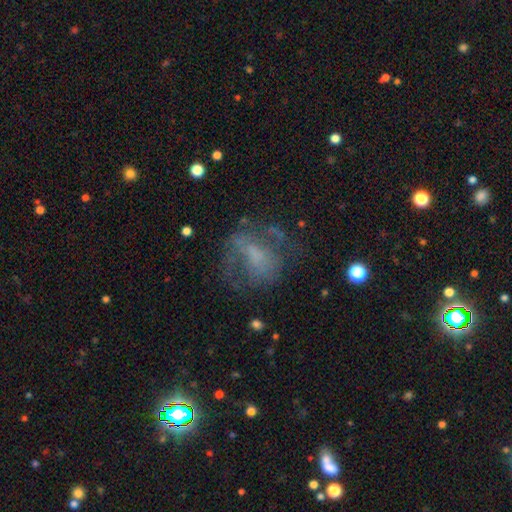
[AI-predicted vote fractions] A featured or disk galaxy (52%). Merging: none (50%).